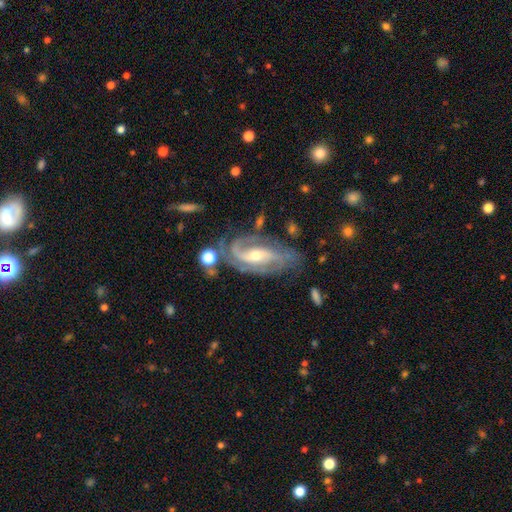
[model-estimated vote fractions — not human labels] smooth_or_featured: featured or disk (p=0.90) [alt: smooth p=0.05]
disk_edge_on: no (p=0.95) [alt: yes p=0.05]
bar: weak (p=0.37) [alt: no p=0.35]
has_spiral_arms: yes (p=0.97) [alt: no p=0.03]
spiral_winding: medium (p=0.45) [alt: tight p=0.39]
spiral_arm_count: 2 (p=0.61) [alt: 3 p=0.16]
bulge_size: moderate (p=0.48) [tied with: small p=0.48]
merging: none (p=0.62) [alt: minor disturbance p=0.21]